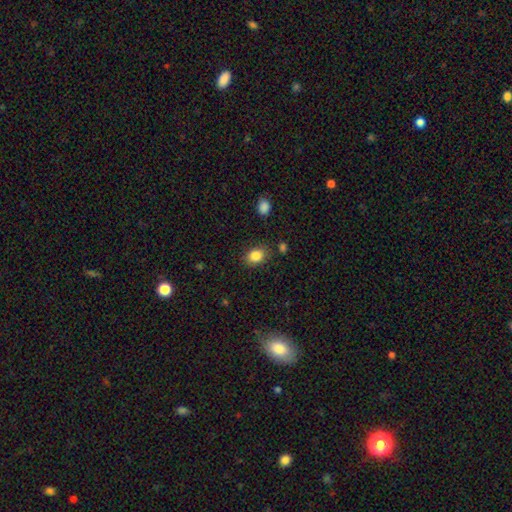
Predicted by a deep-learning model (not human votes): This is clearly a smooth galaxy (85%). How rounded: possibly in between (58%). Merging: clearly none (83%).